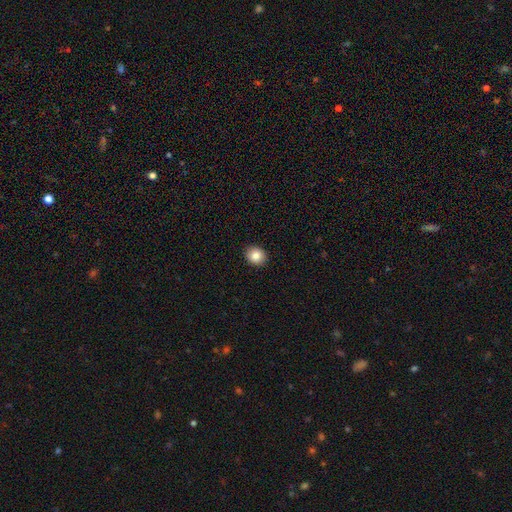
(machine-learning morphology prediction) Smooth or featured? Predicted: smooth (p=0.86). How rounded? Predicted: round (p=0.69). Merging? Predicted: none (p=0.92).